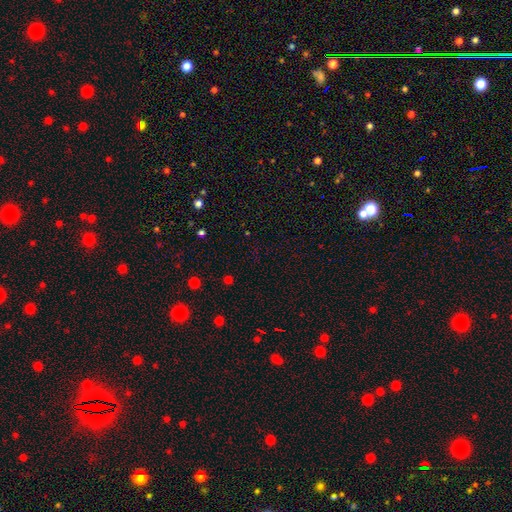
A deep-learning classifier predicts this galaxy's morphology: The model was most divided on "smooth or featured": star or artifact: 63%, smooth: 30%, featured or disk: 7%.